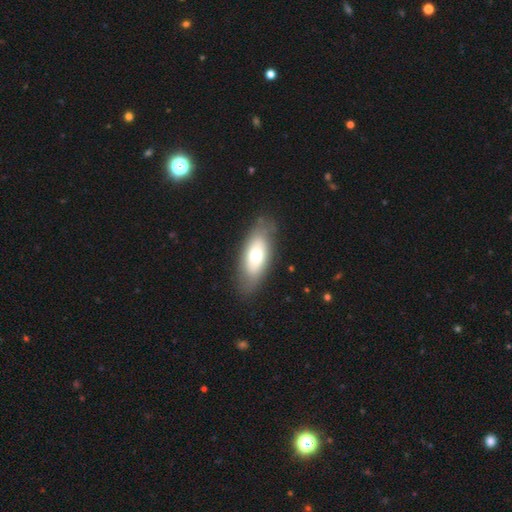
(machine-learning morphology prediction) The model was most divided on "smooth or featured": smooth: 62%, featured or disk: 31%, star or artifact: 6%. More confident: how rounded — in between (82%); merging — none (81%).